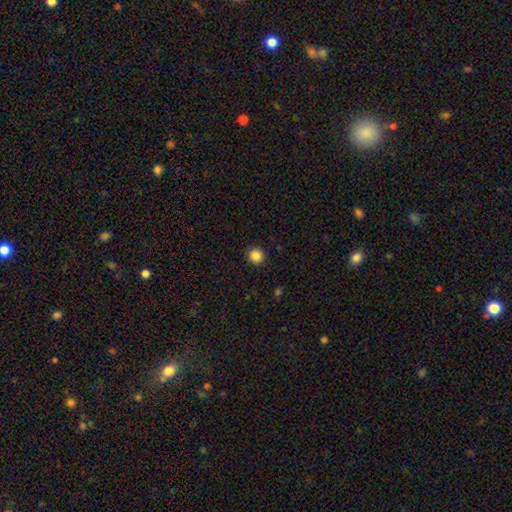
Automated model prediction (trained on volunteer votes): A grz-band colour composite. It shows a smooth galaxy with no disk features (87%) that is round (95%). Merging: none (92%).